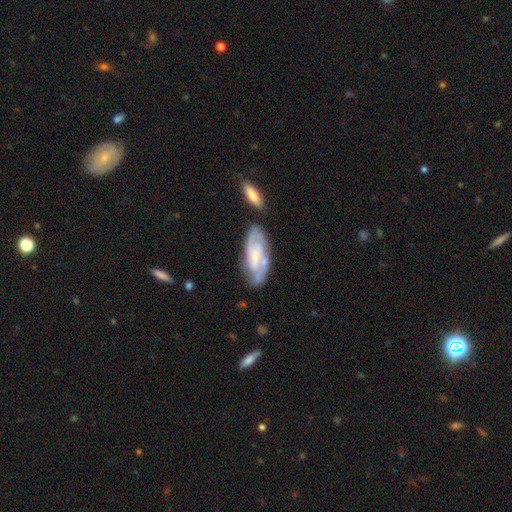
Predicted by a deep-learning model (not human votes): This appears to be a featured or disk galaxy (67%) with no bar (49%), 2 (42%) tight (46%) spiral arms (84%) and a small central bulge (47%). Merging: none (64%).